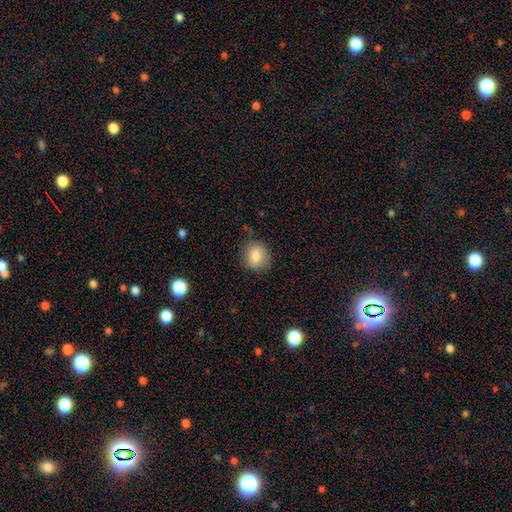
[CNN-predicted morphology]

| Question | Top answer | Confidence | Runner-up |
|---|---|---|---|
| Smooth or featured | smooth | 83% | star or artifact (9%) |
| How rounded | round | 78% | in between (21%) |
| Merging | none | 81% | minor disturbance (14%) |